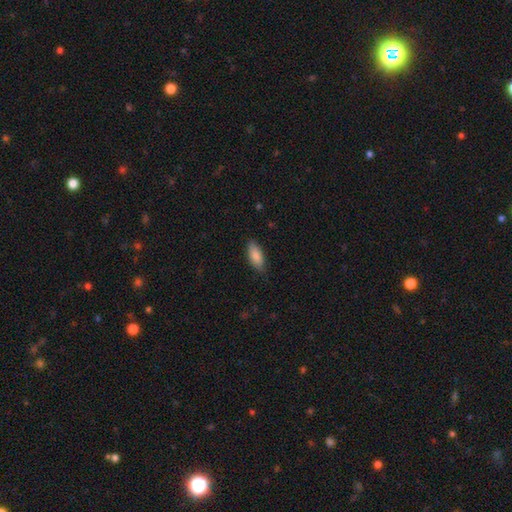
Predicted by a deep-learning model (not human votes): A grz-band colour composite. It shows a smooth galaxy with no disk features (86%) that is in between round and cigar-shaped (83%). Merging: none (83%).